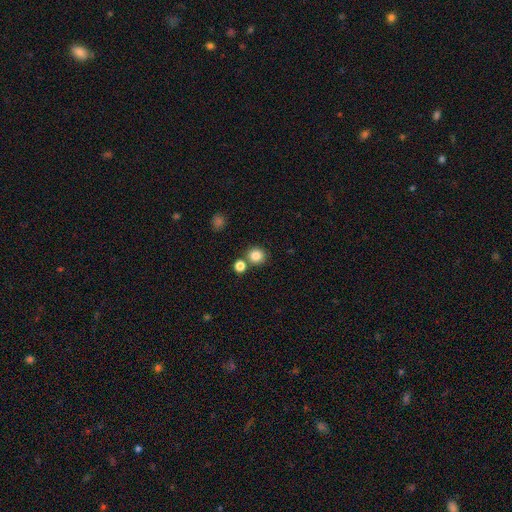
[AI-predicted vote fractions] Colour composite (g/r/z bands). It shows a smooth galaxy with no disk features (84%) that is round (89%). Merging: none (72%).